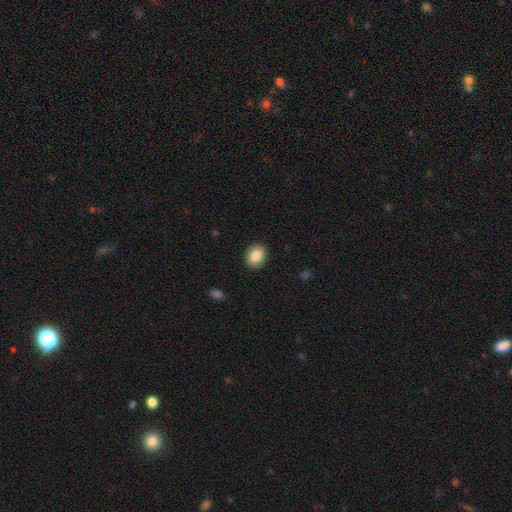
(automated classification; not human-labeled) The model was most divided on "how rounded": in between: 56%, round: 43%, cigar-shaped: 1%. More confident: merging — none (90%); smooth or featured — smooth (87%).